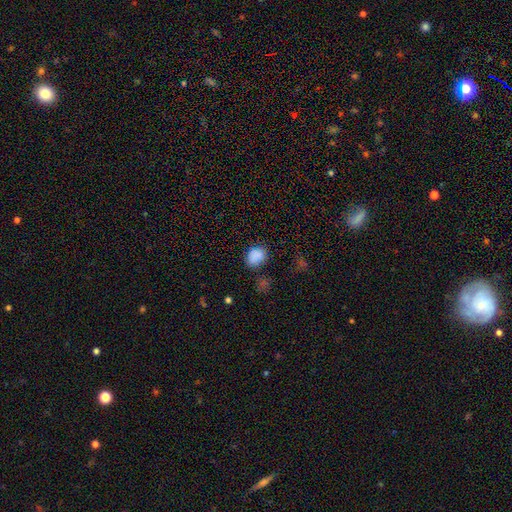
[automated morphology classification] Smooth or featured? Predicted: smooth (p=0.83). How rounded? Predicted: in between (p=0.57). Merging? Predicted: none (p=0.72).